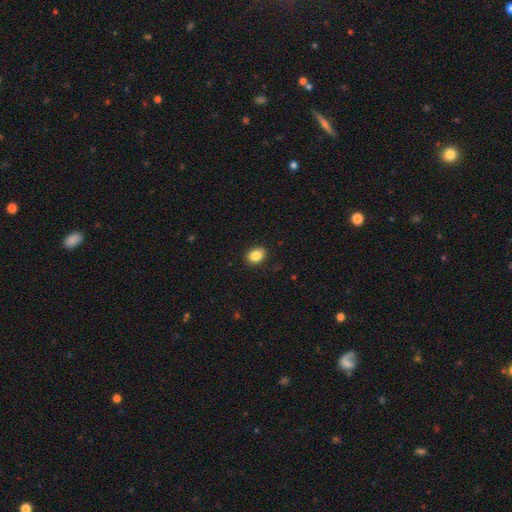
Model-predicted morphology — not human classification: A smooth galaxy with no disk features (85%) that is in between round and cigar-shaped (60%). Merging: none (88%).